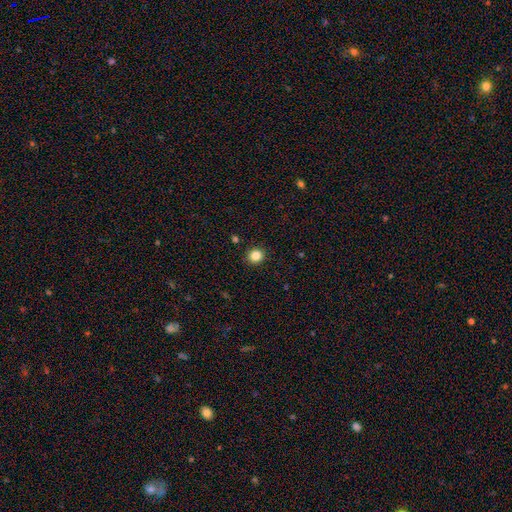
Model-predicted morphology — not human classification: smooth 84%, star or artifact 12%, featured or disk 5%. Down the decision tree: how rounded — round (89%); merging — none (92%).